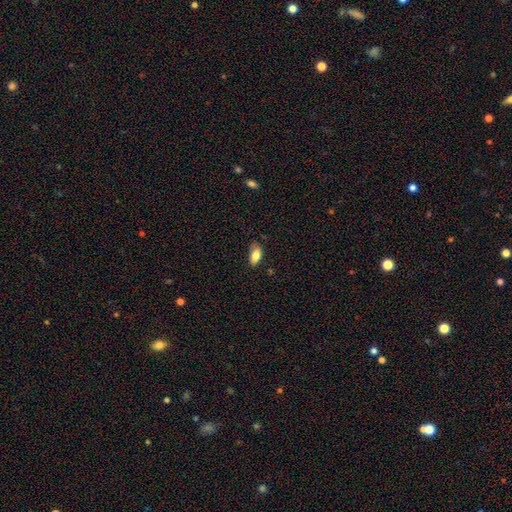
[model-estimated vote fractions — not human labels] Smooth or featured? Predicted: smooth (p=0.80). How rounded? Predicted: in between (p=0.90). Merging? Predicted: none (p=0.72).